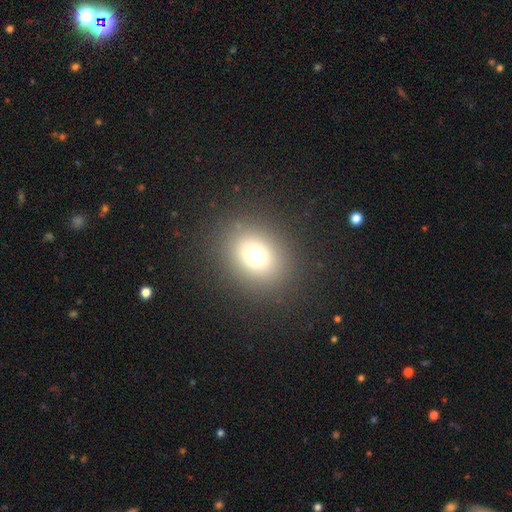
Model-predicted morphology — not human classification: This appears to be a smooth galaxy with no disk features (71%) that is round (65%). Merging: none (86%).